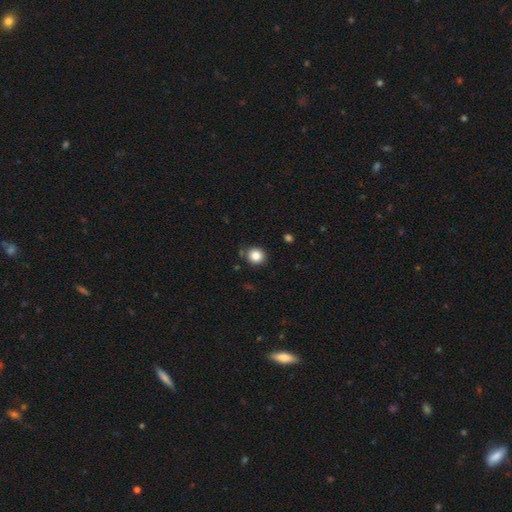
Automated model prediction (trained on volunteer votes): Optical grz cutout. It shows a smooth galaxy with no disk features (85%) that is round (87%). Merging: none (85%).